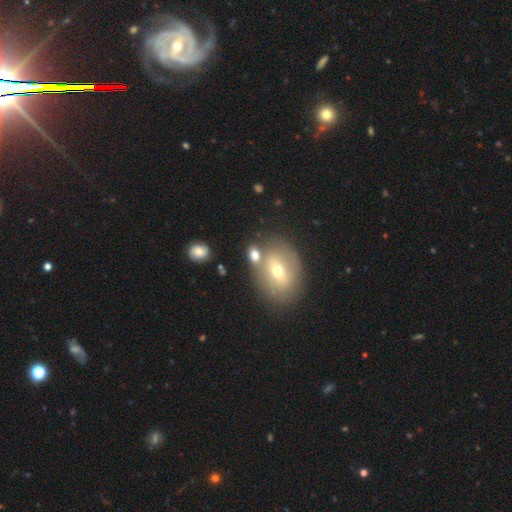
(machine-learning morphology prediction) A smooth galaxy with no disk features (51%) that is in between round and cigar-shaped (60%).

Vote fractions:
- Smooth or featured? smooth: 51% / featured or disk: 37% / star or artifact: 12%
- How rounded? in between: 60% / round: 38% / cigar-shaped: 3%
- Merging? none: 64% / merger: 17% / minor disturbance: 13% / major disturbance: 5%